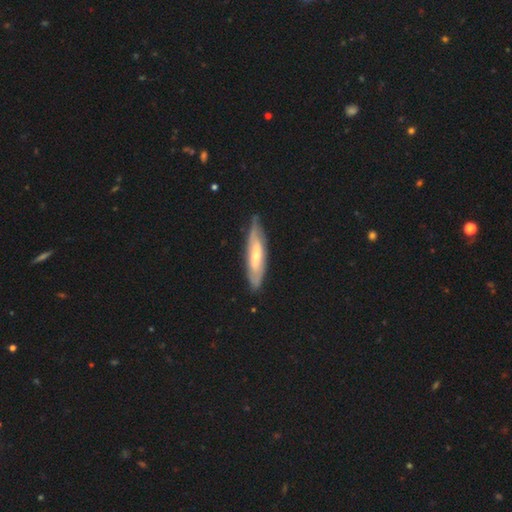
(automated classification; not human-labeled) Overall: featured or disk (52%; smooth 34%). Edge-on disk: yes (73%). Merging: none (84%).